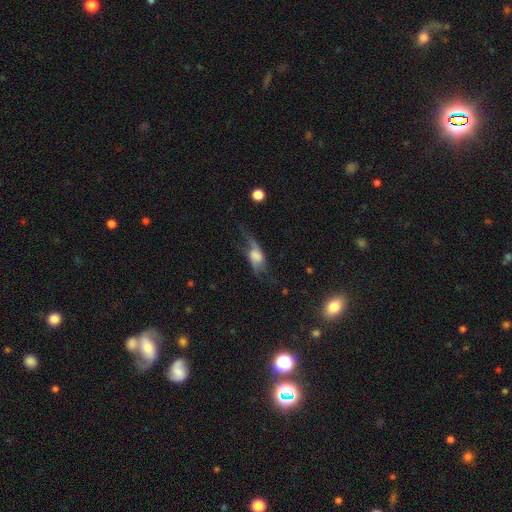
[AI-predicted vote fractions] smooth-or-featured: featured or disk: 52% | smooth: 38% | star or artifact: 10%
  disk-edge-on: no: 74% | yes: 26%
  merging: major disturbance: 38% | none: 35% | minor disturbance: 24% | merger: 4%